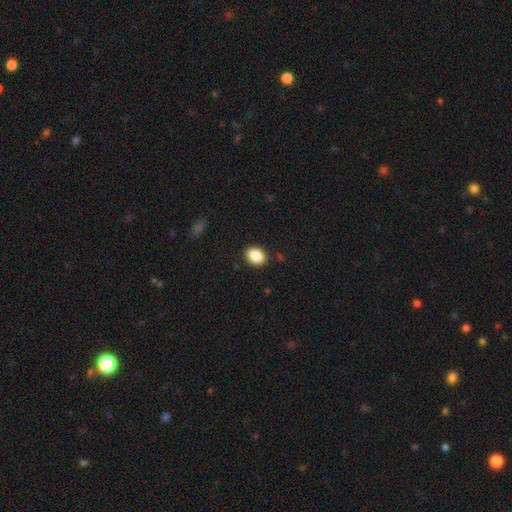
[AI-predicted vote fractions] smooth-or-featured: smooth: 88% | star or artifact: 8% | featured or disk: 4%
  how-rounded: in between: 72% | round: 27% | cigar-shaped: 1%
  merging: none: 89% | minor disturbance: 8% | major disturbance: 2% | merger: 1%